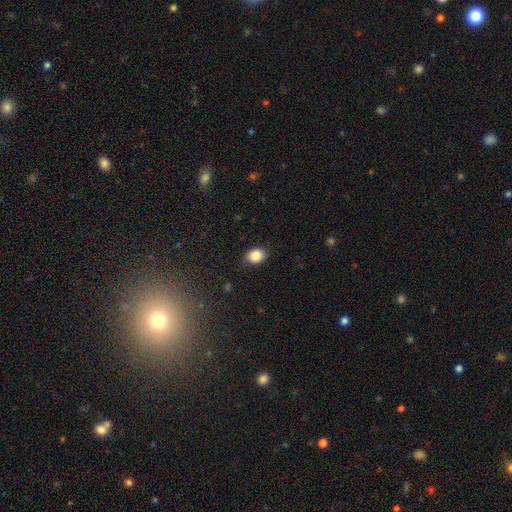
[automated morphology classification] A smooth galaxy with no disk features (87%) that is in between round and cigar-shaped (58%). Merging: none (86%).